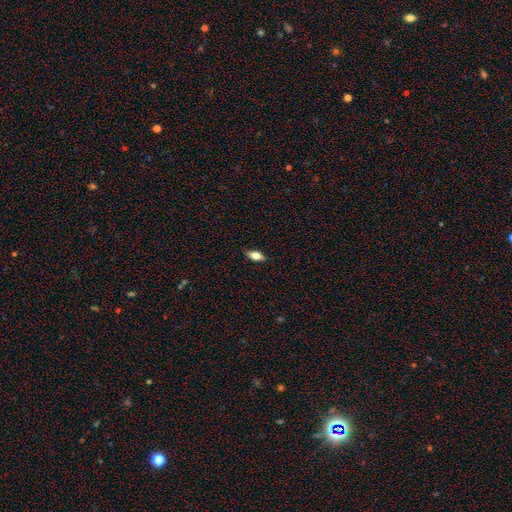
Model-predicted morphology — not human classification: This appears to be a smooth galaxy with no disk features (62%) that is in between round and cigar-shaped (78%). Merging: none (87%).